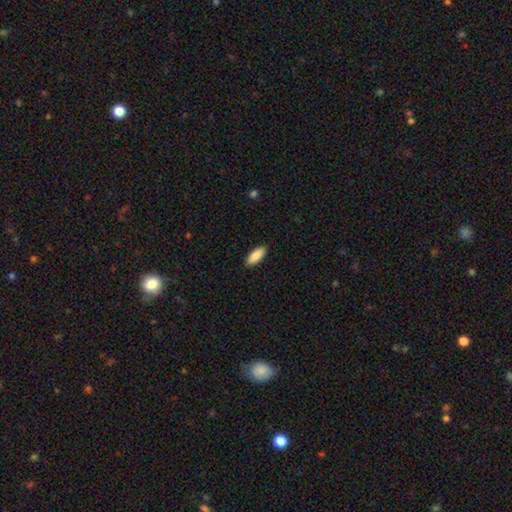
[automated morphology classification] Smooth or featured? Predicted: smooth (p=0.89). How rounded? Predicted: in between (p=0.79). Merging? Predicted: none (p=0.90).